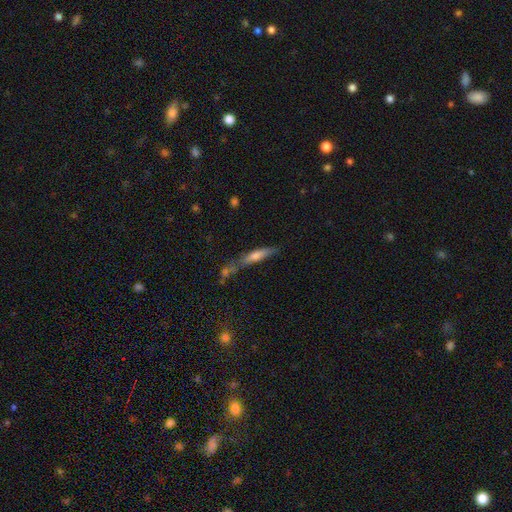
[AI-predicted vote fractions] smooth_or_featured: smooth (p=0.55) [alt: featured or disk p=0.35]
how_rounded: cigar-shaped (p=0.82) [alt: in between p=0.15]
merging: none (p=0.49) [alt: minor disturbance p=0.22]